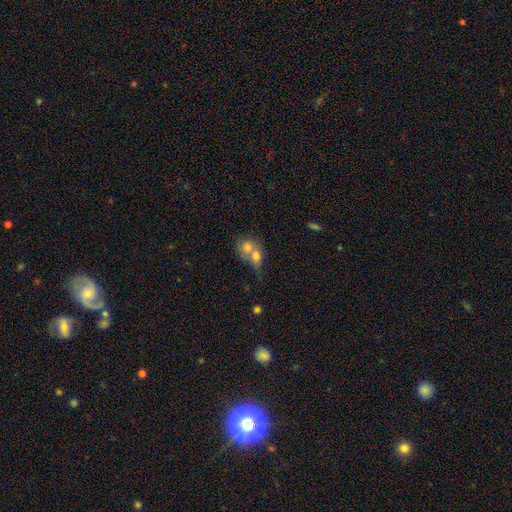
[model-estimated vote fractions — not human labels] smooth-or-featured: smooth: 69% | featured or disk: 22% | star or artifact: 9%
  how-rounded: round: 54% | in between: 44% | cigar-shaped: 2%
  merging: merger: 72% | none: 18% | minor disturbance: 6% | major disturbance: 4%